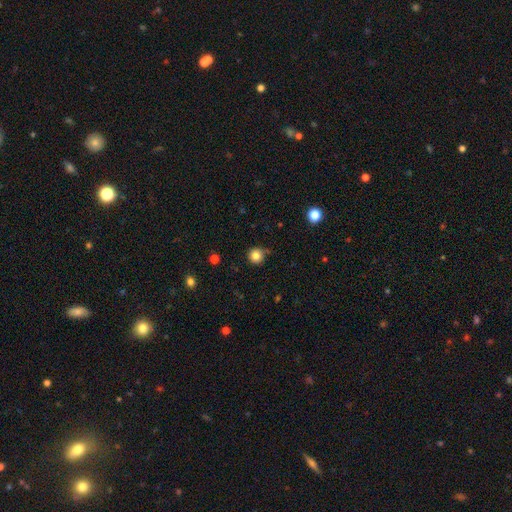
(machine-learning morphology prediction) A smooth galaxy with no disk features (83%) that is round (95%). Merging: none (85%).